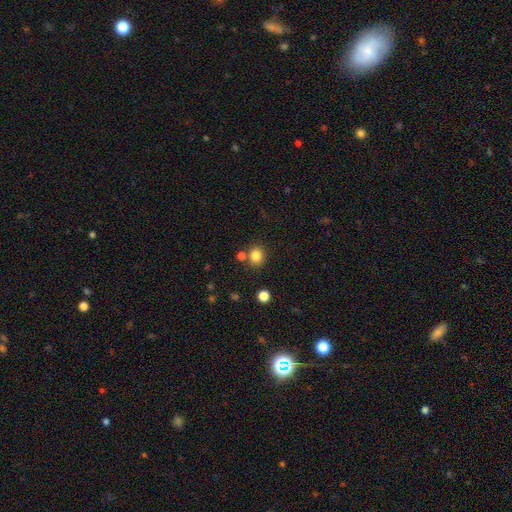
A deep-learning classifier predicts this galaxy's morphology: smooth 83%, star or artifact 12%, featured or disk 5%. Down the decision tree: how rounded — round (83%); merging — none (78%).